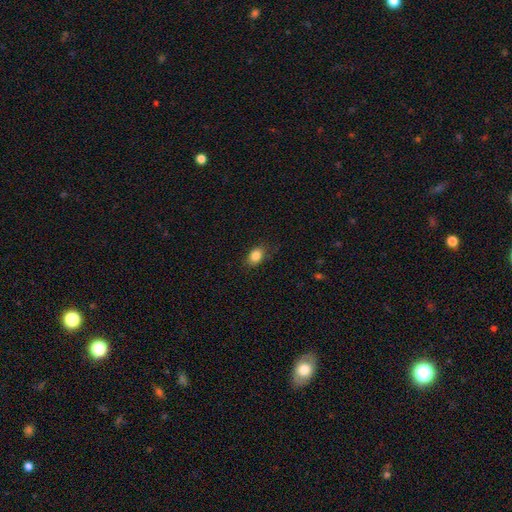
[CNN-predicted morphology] smooth-or-featured: smooth: 85% | star or artifact: 9% | featured or disk: 6%
  how-rounded: in between: 77% | round: 22% | cigar-shaped: 1%
  merging: none: 82% | minor disturbance: 14% | major disturbance: 3% | merger: 1%